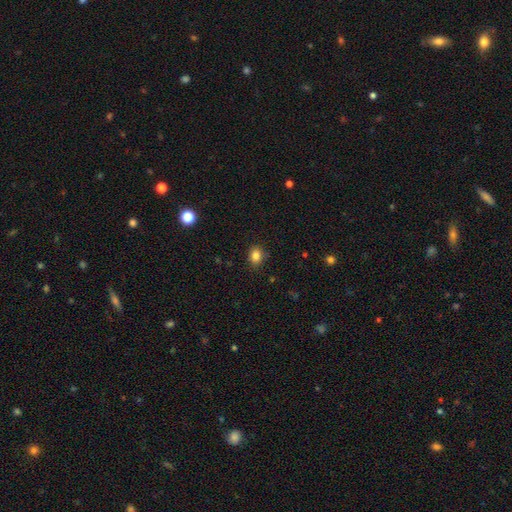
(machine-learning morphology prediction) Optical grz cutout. It shows a smooth galaxy with no disk features (84%) that is round (50%). Merging: none (85%).